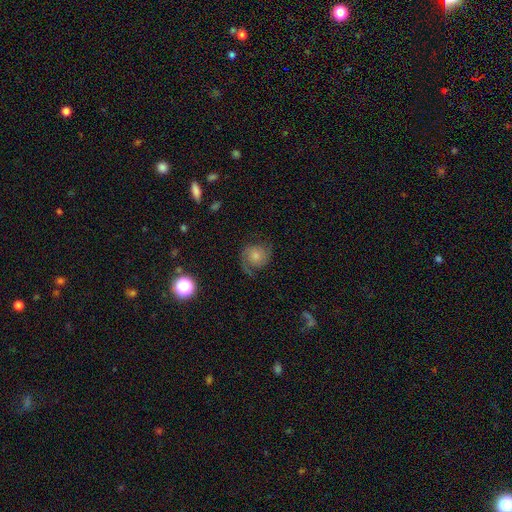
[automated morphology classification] This is likely a featured or disk galaxy (67%). It is clearly not viewed edge-on (98%). Bar: likely no (76%). Spiral arm pattern: clearly yes (95%). Spiral arm count: clearly 2 (83%). Spiral winding: possibly medium (45%). Central bulge: marginally small (44%). Merging: likely none (70%).